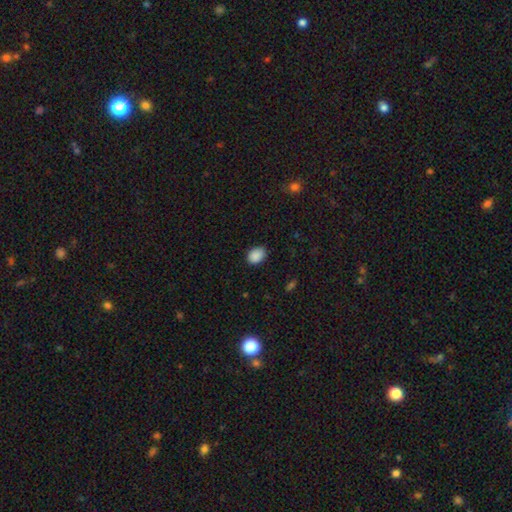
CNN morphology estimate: Smooth or featured? smooth (89%)
How rounded? in between (66%)
Merging? none (84%)